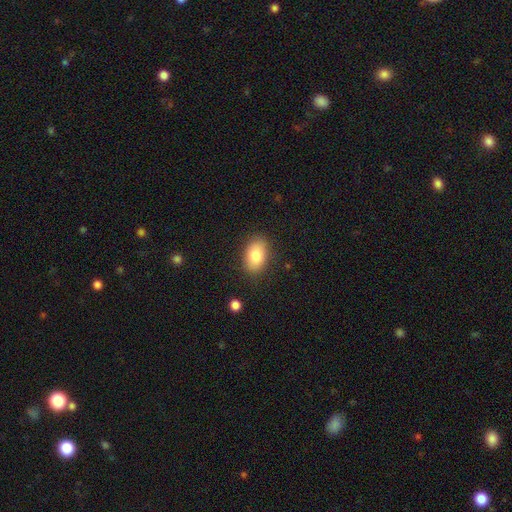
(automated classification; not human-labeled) Morphology: type=smooth (82%); roundness=in between (87%); merging=none (85%).